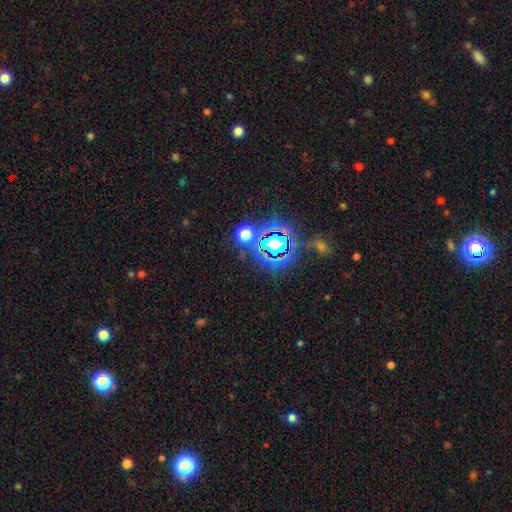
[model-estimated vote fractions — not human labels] Q: Smooth or featured?
A: star or artifact (82%); runner-up: smooth (12%)